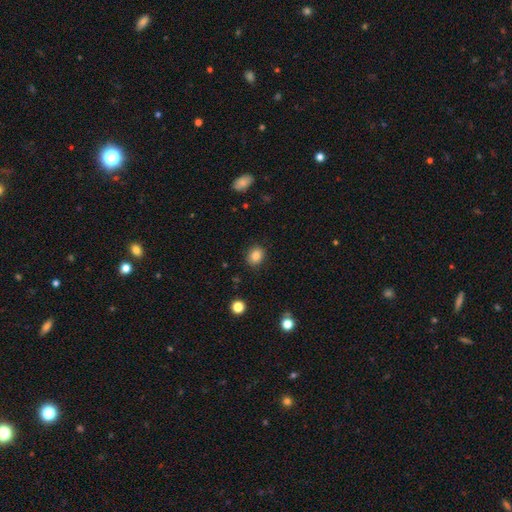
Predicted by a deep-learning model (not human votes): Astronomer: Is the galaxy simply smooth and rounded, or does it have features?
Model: smooth — 85%.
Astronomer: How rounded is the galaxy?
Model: round — 57% (runner-up: in between, 42%).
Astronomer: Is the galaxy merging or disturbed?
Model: none — 87%.